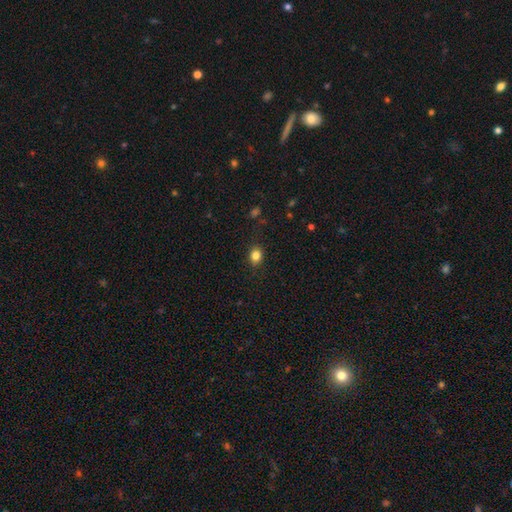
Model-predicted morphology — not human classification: Smooth or featured? smooth (83%)
How rounded? round (57%)
Merging? none (85%)